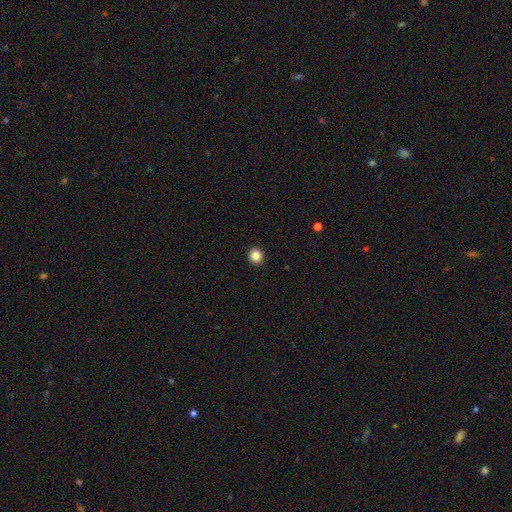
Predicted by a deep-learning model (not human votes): Q: Smooth or featured?
A: smooth (86%); runner-up: star or artifact (10%)
Q: How rounded?
A: round (88%); runner-up: in between (11%)
Q: Merging?
A: none (93%); runner-up: minor disturbance (5%)